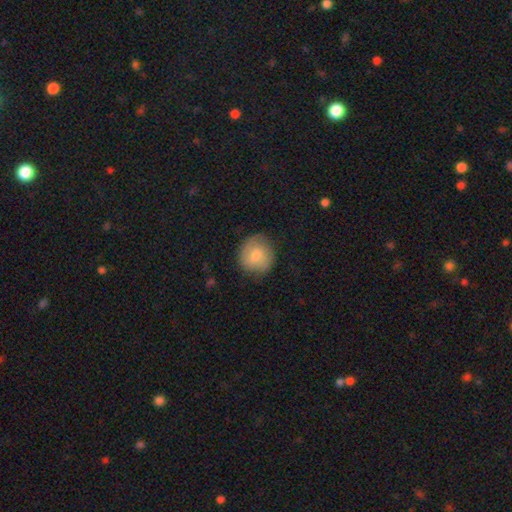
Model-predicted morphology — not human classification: Q: Smooth or featured?
A: smooth (67%); runner-up: featured or disk (27%)
Q: How rounded?
A: round (86%); runner-up: in between (13%)
Q: Merging?
A: none (79%); runner-up: minor disturbance (15%)